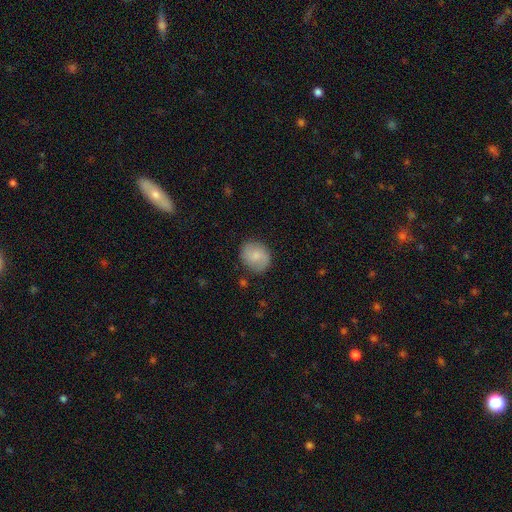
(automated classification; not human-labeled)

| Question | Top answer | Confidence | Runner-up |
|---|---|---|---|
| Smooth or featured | smooth | 69% | featured or disk (24%) |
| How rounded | round | 67% | in between (32%) |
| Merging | none | 82% | minor disturbance (14%) |